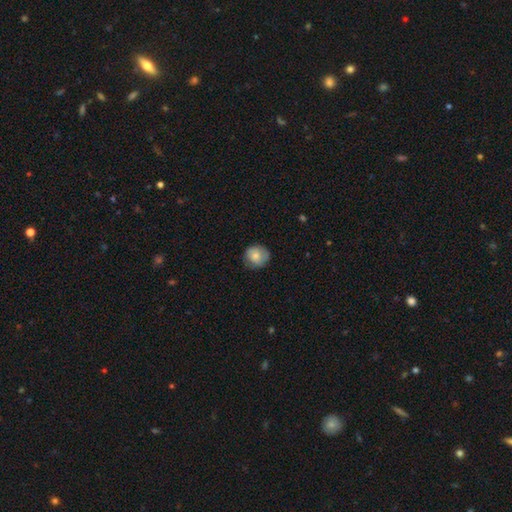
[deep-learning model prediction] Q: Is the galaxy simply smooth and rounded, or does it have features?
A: smooth — 76%.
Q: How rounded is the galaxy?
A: round — 82%.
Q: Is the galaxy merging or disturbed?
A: none — 75%.